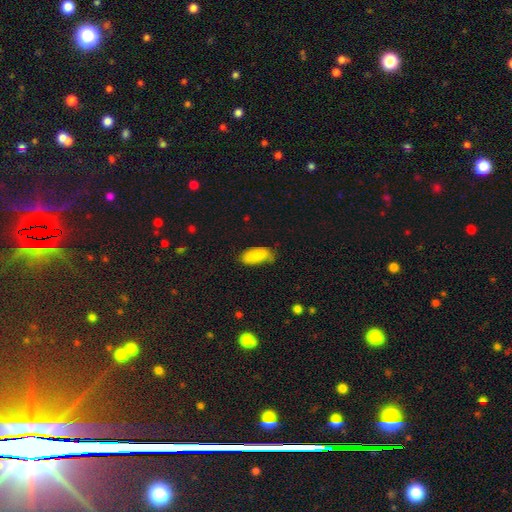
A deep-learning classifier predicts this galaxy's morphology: This is clearly a smooth galaxy (87%). How rounded: clearly in between (91%). Merging: possibly none (59%).